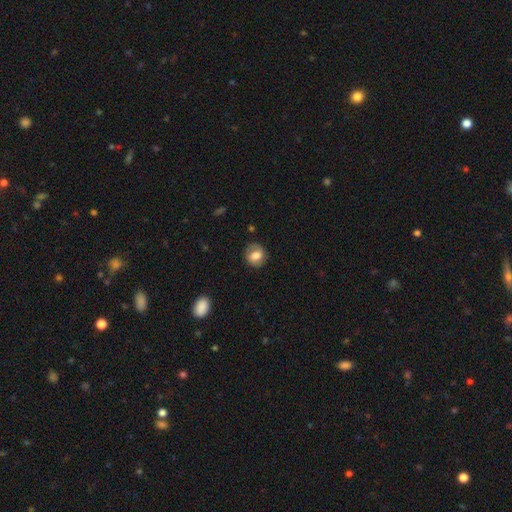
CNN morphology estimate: type=smooth (65%); roundness=round (67%); merging=none (77%).